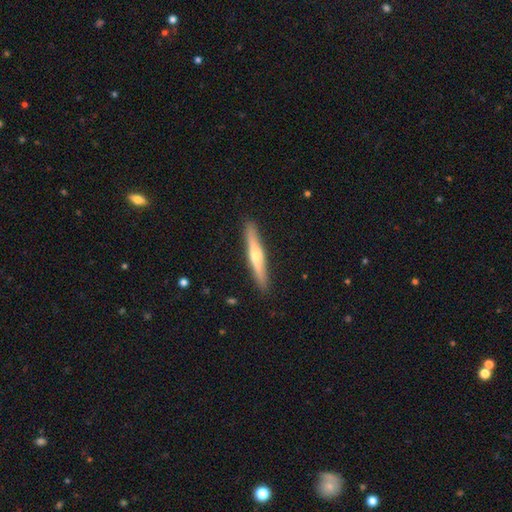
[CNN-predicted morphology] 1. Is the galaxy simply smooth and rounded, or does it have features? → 59% featured or disk, 35% smooth, 6% star or artifact.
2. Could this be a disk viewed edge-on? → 96% yes, 4% no.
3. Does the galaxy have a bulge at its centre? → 81% rounded, 14% none, 5% boxy.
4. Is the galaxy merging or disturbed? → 91% none, 7% minor disturbance, 1% major disturbance, 1% merger.